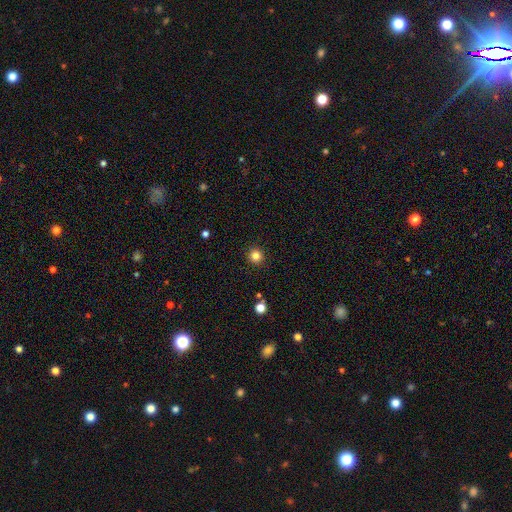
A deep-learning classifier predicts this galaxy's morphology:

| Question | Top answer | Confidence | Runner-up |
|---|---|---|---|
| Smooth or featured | smooth | 82% | star or artifact (13%) |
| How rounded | round | 95% | in between (4%) |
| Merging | none | 92% | minor disturbance (5%) |